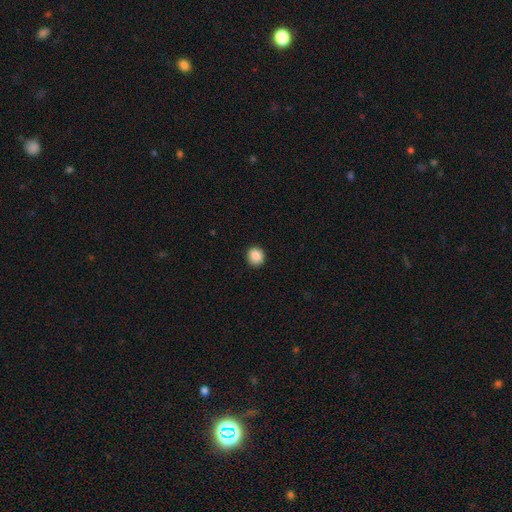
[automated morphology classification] Smooth or featured? smooth (89%)
How rounded? round (82%)
Merging? none (90%)